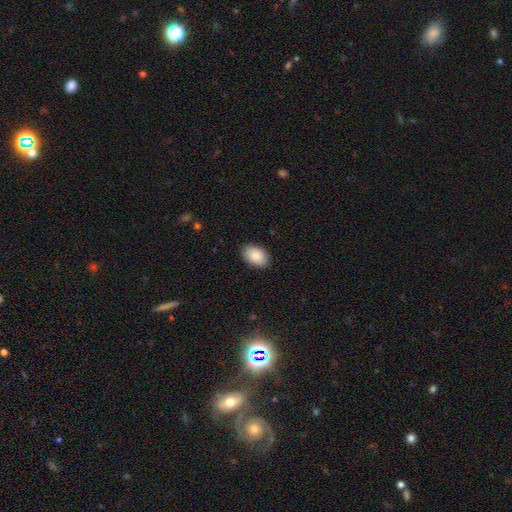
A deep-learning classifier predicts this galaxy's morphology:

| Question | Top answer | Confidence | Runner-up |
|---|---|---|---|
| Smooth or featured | smooth | 89% | star or artifact (6%) |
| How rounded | in between | 90% | round (9%) |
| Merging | none | 88% | minor disturbance (9%) |